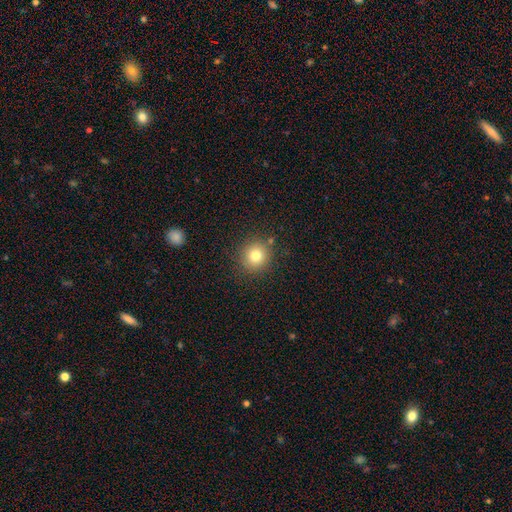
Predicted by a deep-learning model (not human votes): Q: Smooth or featured?
A: smooth (79%); runner-up: star or artifact (13%)
Q: How rounded?
A: round (92%); runner-up: in between (7%)
Q: Merging?
A: none (86%); runner-up: minor disturbance (8%)